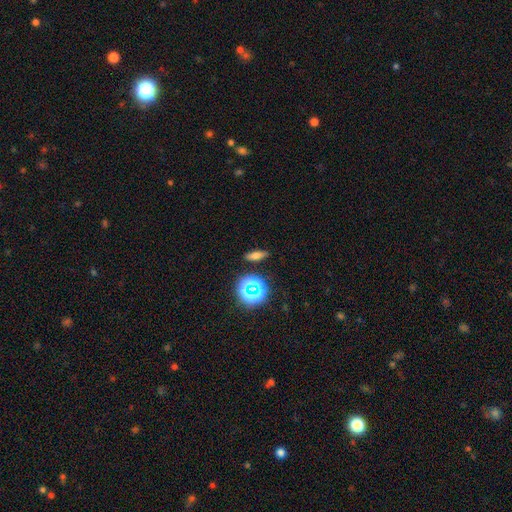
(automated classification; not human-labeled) A smooth galaxy with no disk features (58%) that is in between round and cigar-shaped (45%).

Vote fractions:
- Smooth or featured? smooth: 58% / star or artifact: 21% / featured or disk: 21%
- How rounded? in between: 45% / cigar-shaped: 43% / round: 12%
- Merging? none: 87% / minor disturbance: 9% / major disturbance: 2% / merger: 2%